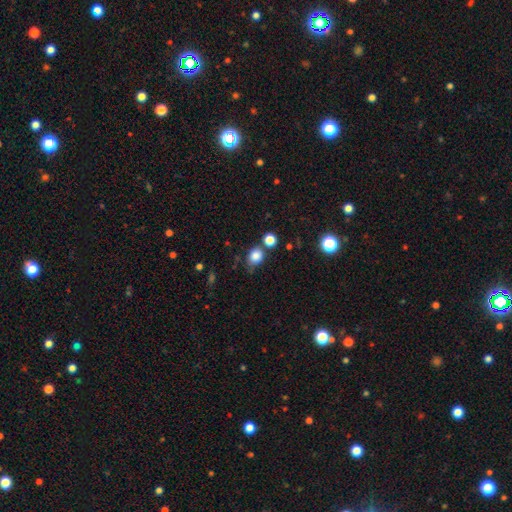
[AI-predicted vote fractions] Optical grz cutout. It shows a smooth galaxy with no disk features (83%) that is round (65%). Merging: none (64%).